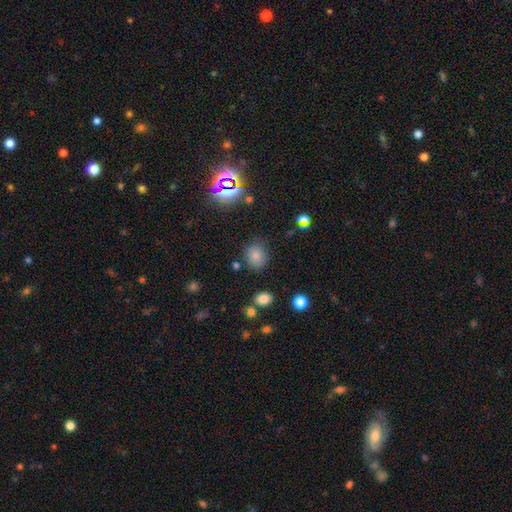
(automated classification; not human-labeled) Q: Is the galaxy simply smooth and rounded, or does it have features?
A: smooth — 76%.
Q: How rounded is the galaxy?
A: round — 64%.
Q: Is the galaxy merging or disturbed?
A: none — 81%.